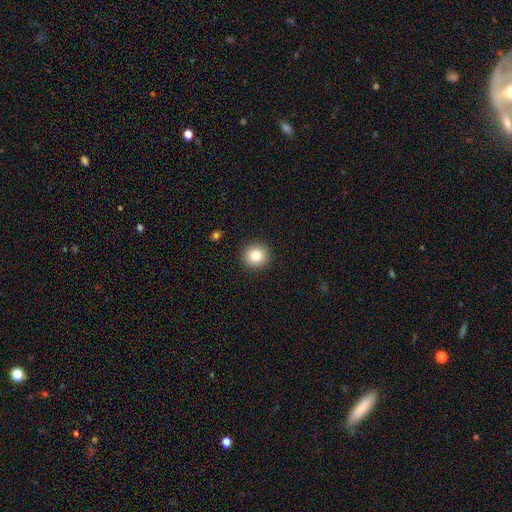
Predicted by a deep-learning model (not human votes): Smooth or featured? smooth (83%)
How rounded? round (92%)
Merging? none (92%)